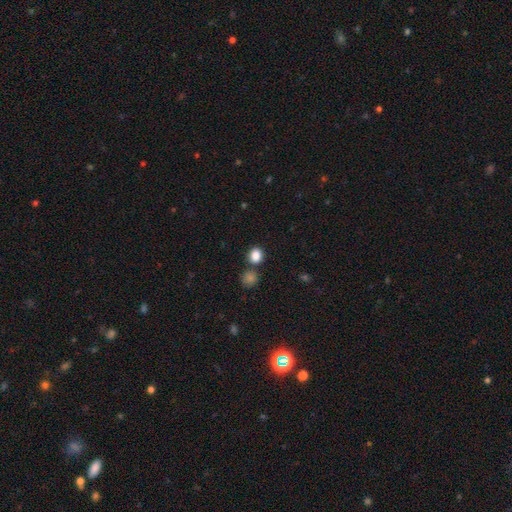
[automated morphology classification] The model was most divided on "how rounded": round: 65%, in between: 34%, cigar-shaped: 1%. More confident: smooth or featured — smooth (86%); merging — none (72%).